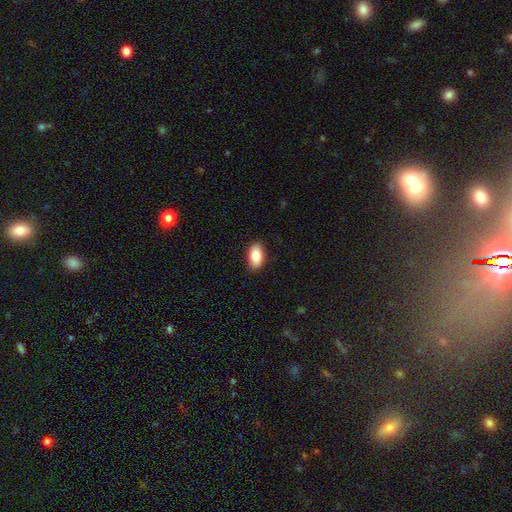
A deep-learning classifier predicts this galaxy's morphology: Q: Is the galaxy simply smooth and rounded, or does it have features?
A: smooth — 85%.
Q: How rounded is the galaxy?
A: in between — 93%.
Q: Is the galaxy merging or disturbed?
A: none — 88%.